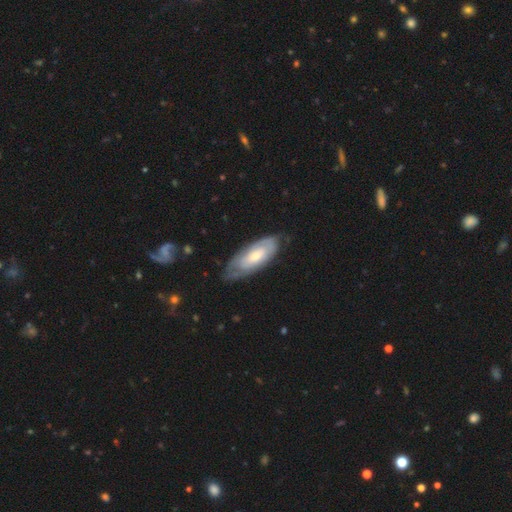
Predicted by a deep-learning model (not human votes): The model was most divided on "smooth or featured": featured or disk: 54%, smooth: 41%, star or artifact: 5%. More confident: edge-on disk — no (84%); merging — none (63%).